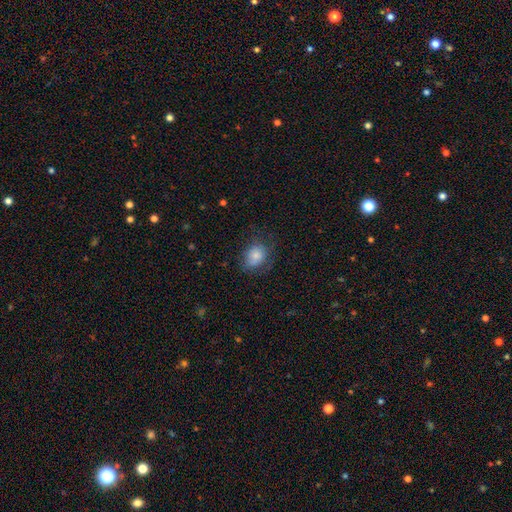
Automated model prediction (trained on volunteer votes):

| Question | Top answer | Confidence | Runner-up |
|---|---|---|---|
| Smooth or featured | smooth | 78% | featured or disk (13%) |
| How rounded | round | 52% | in between (47%) |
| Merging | none | 61% | minor disturbance (25%) |